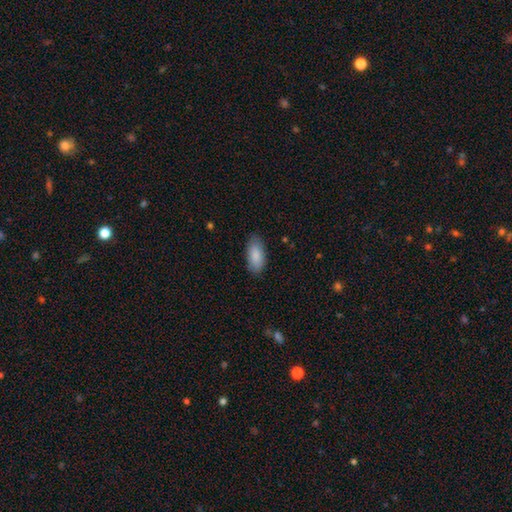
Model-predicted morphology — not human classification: Smooth or featured? smooth (88%)
How rounded? in between (91%)
Merging? none (84%)